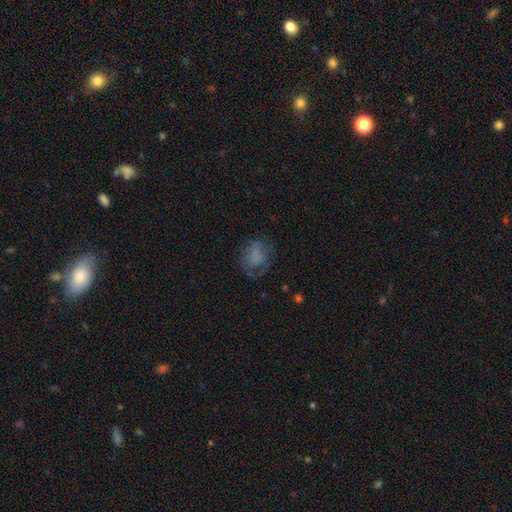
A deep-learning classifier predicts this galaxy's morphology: A smooth galaxy with no disk features (59%) that is in between round and cigar-shaped (52%).

Vote fractions:
- Smooth or featured? smooth: 59% / featured or disk: 27% / star or artifact: 14%
- How rounded? in between: 52% / round: 46% / cigar-shaped: 2%
- Merging? none: 50% / major disturbance: 24% / minor disturbance: 23% / merger: 2%